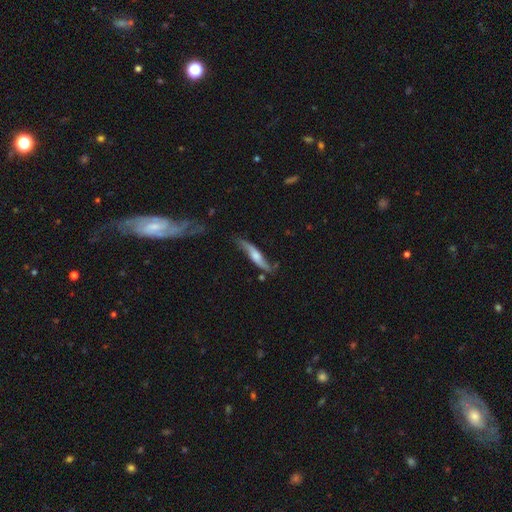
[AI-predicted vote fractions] A featured or disk galaxy (66%) viewed edge-on (53%).

Vote fractions:
- Smooth or featured? featured or disk: 66% / smooth: 28% / star or artifact: 6%
- Edge-on disk? yes: 53% / no: 47%
- Merging? none: 63% / minor disturbance: 25% / major disturbance: 8% / merger: 4%